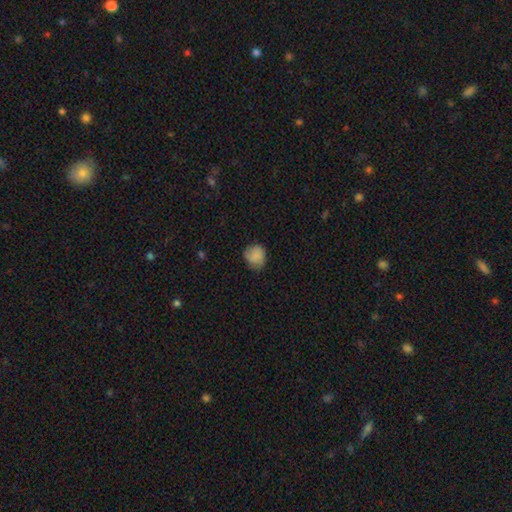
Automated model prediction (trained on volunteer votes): Smooth or featured: smooth — 77% (featured or disk — 14%)
How rounded: round — 72% (in between — 28%)
Merging: none — 63% (minor disturbance — 28%)